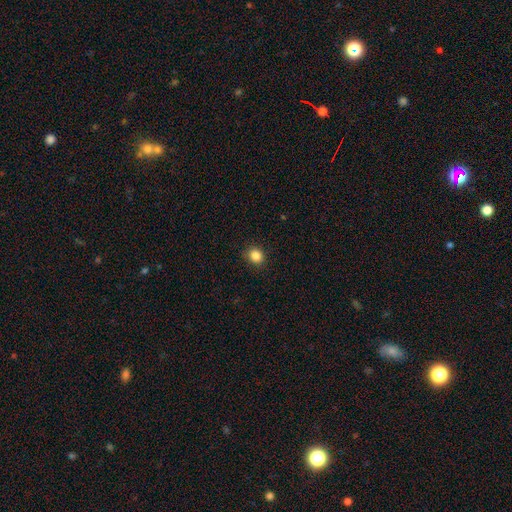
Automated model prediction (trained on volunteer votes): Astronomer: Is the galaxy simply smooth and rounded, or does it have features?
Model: smooth — 86%.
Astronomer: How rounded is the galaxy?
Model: round — 77%.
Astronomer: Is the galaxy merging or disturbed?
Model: none — 89%.